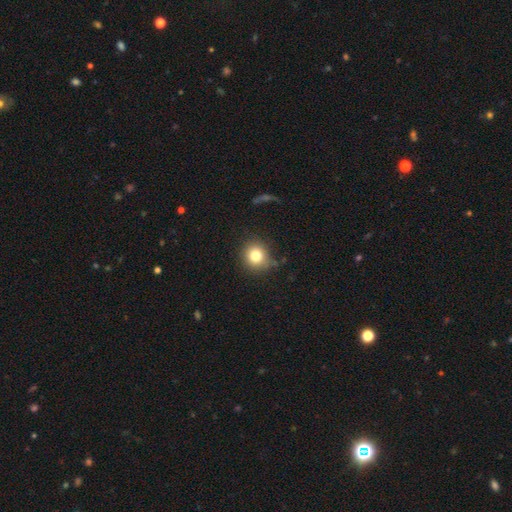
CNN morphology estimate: Smooth or featured? Predicted: smooth (p=0.80). How rounded? Predicted: round (p=0.89). Merging? Predicted: none (p=0.84).